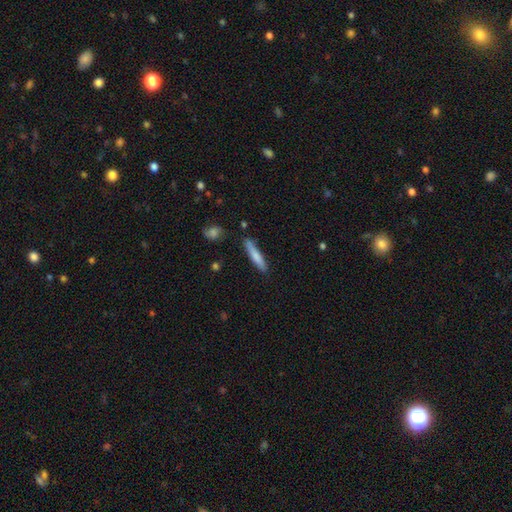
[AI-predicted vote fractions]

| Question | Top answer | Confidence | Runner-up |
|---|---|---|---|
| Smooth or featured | smooth | 74% | featured or disk (20%) |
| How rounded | cigar-shaped | 90% | in between (9%) |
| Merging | none | 82% | minor disturbance (13%) |